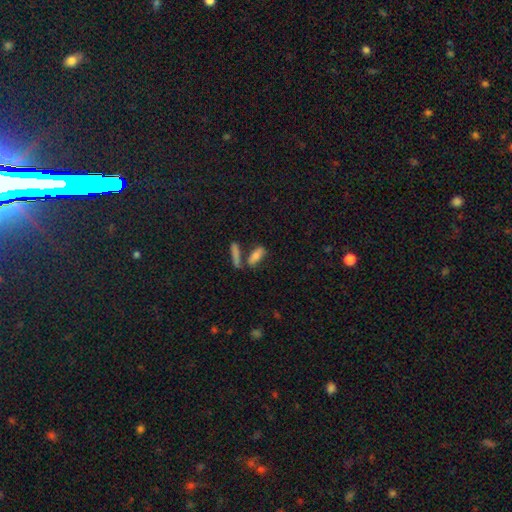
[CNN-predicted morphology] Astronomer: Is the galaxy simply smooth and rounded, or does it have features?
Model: smooth — 72%.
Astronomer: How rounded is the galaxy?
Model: in between — 53% (runner-up: cigar-shaped, 44%).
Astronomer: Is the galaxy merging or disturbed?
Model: none — 58%.